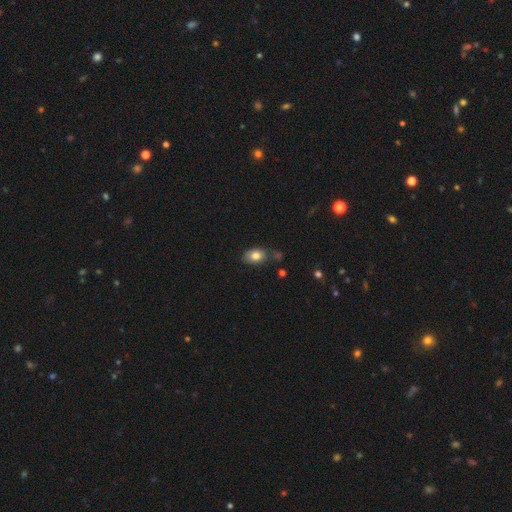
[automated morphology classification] Overall: smooth (80%). How rounded: in between (84%). Merging: none (64%).